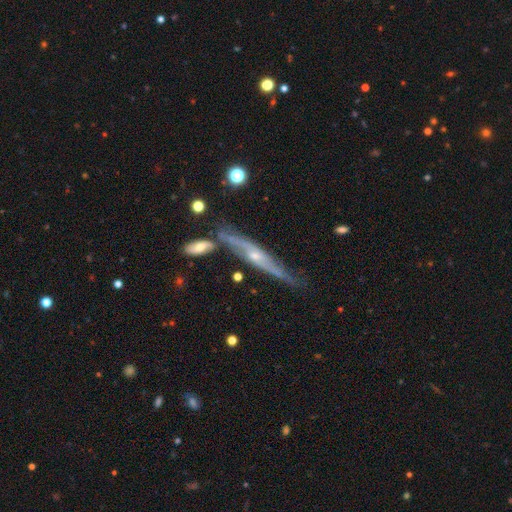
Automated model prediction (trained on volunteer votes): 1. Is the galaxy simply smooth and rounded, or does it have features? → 78% featured or disk, 15% smooth, 6% star or artifact.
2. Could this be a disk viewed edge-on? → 77% yes, 23% no.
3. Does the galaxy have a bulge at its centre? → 71% rounded, 23% none, 7% boxy.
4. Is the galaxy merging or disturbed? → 60% none, 22% minor disturbance, 10% merger, 7% major disturbance.